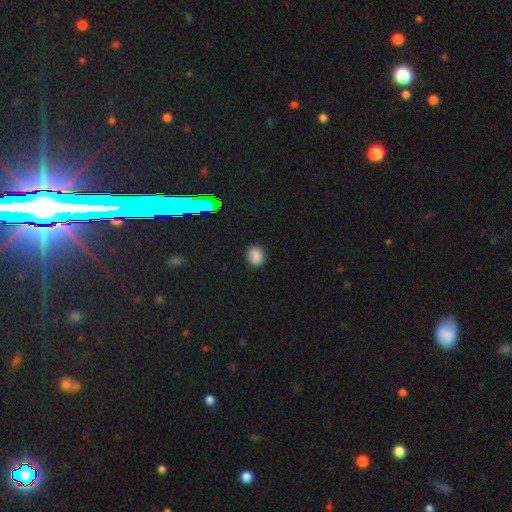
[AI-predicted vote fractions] A smooth galaxy with no disk features (84%) that is round (50%).

Vote fractions:
- Smooth or featured? smooth: 84% / star or artifact: 12% / featured or disk: 4%
- How rounded? round: 50% / in between: 49% / cigar-shaped: 1%
- Merging? none: 87% / minor disturbance: 10% / major disturbance: 2% / merger: 1%